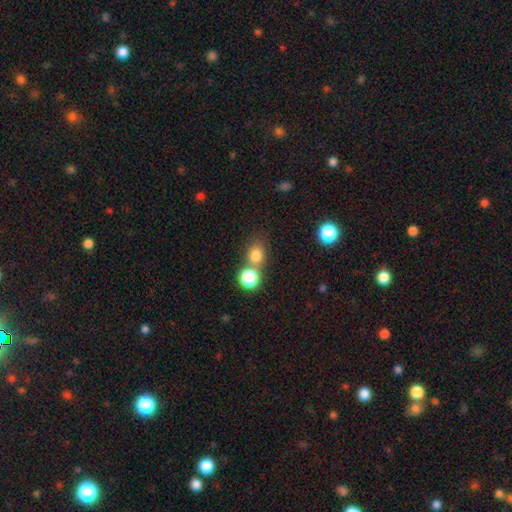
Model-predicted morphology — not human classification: Q: Smooth or featured?
A: smooth (76%); runner-up: star or artifact (17%)
Q: How rounded?
A: round (64%); runner-up: in between (35%)
Q: Merging?
A: none (58%); runner-up: merger (27%)